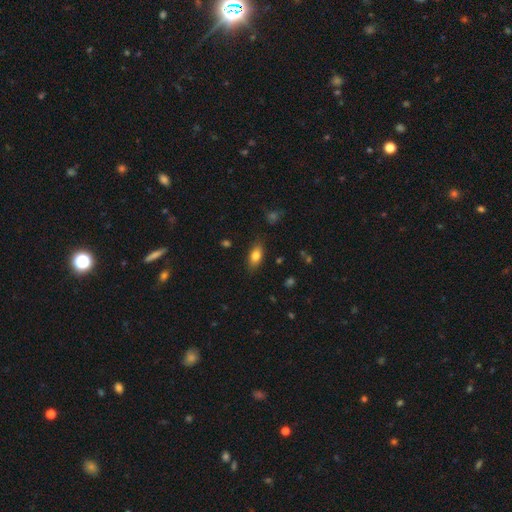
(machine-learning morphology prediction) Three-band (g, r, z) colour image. It shows a smooth galaxy with no disk features (79%) that is in between round and cigar-shaped (84%). Merging: none (84%).